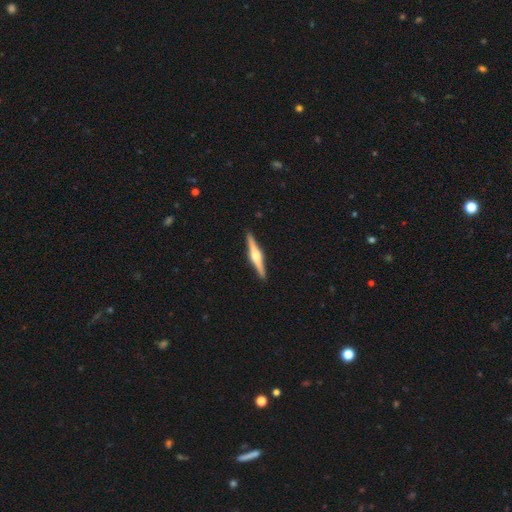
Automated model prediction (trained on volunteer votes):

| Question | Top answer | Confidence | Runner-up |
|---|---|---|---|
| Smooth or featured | featured or disk | 78% | smooth (18%) |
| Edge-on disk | yes | 98% | no (2%) |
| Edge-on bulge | rounded | 90% | boxy (7%) |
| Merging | none | 92% | minor disturbance (5%) |